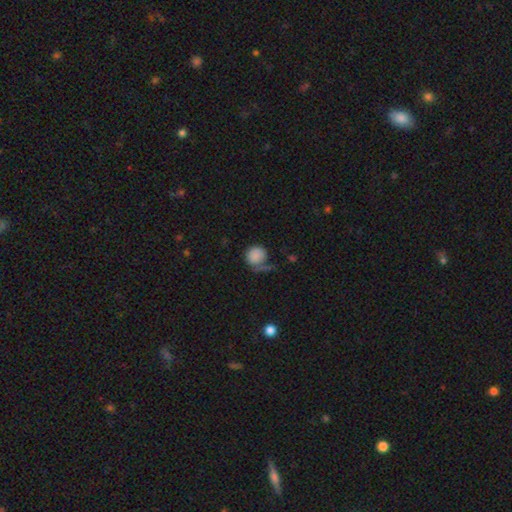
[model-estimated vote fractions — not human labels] smooth_or_featured: smooth (p=0.83) [alt: featured or disk p=0.09]
how_rounded: round (p=0.86) [alt: in between p=0.13]
merging: none (p=0.47) [alt: minor disturbance p=0.24]